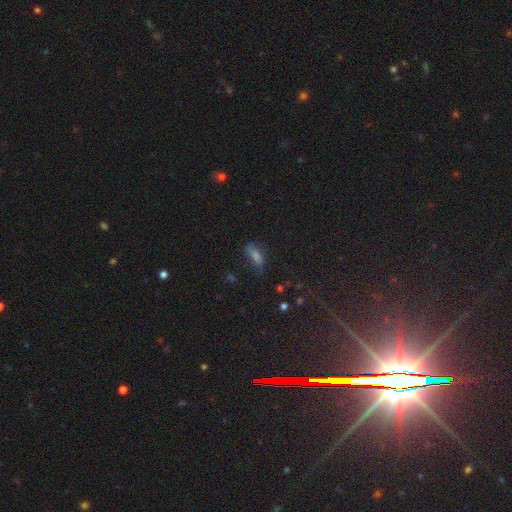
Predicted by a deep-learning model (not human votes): This is possibly a smooth galaxy (50%). How rounded: possibly in between (55%). Merging: possibly none (59%).